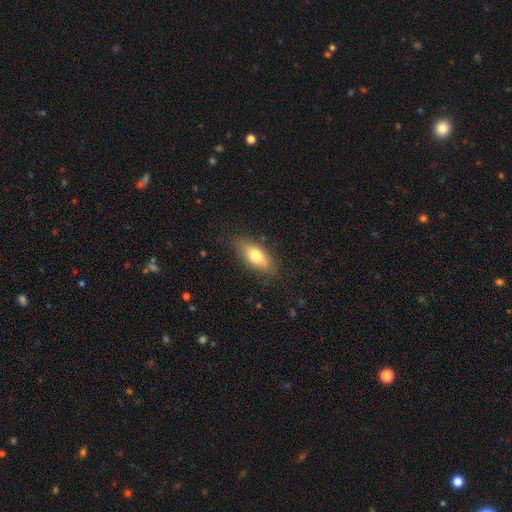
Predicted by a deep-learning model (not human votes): smooth 72%, featured or disk 21%, star or artifact 7%. Down the decision tree: how rounded — in between (82%); merging — none (82%).